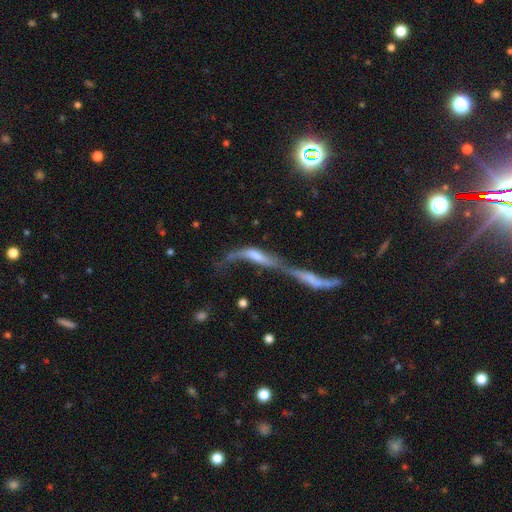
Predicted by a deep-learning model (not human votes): Overall: featured or disk (54%; smooth 34%). Edge-on disk: no (68%; yes 32%). Merging: merger (78%).